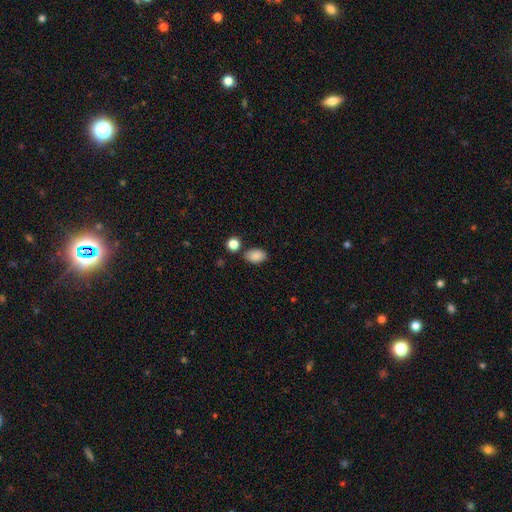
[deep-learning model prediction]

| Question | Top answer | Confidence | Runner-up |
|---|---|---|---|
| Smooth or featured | smooth | 87% | star or artifact (9%) |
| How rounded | in between | 85% | round (14%) |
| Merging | none | 76% | minor disturbance (14%) |